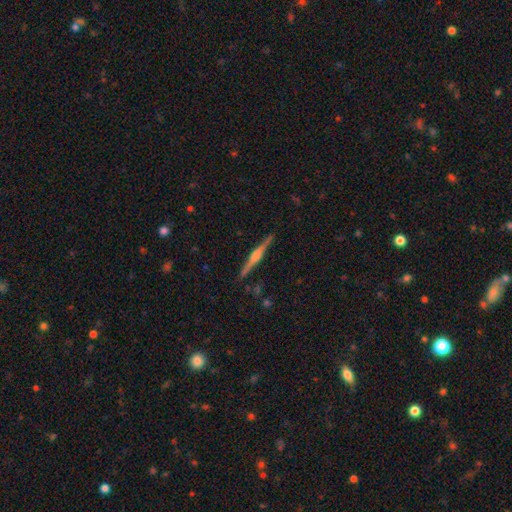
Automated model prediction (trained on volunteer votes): Q: Smooth or featured?
A: featured or disk (81%); runner-up: smooth (13%)
Q: Edge-on disk?
A: yes (99%); runner-up: no (1%)
Q: Edge-on bulge?
A: rounded (78%); runner-up: boxy (16%)
Q: Merging?
A: none (92%); runner-up: minor disturbance (6%)